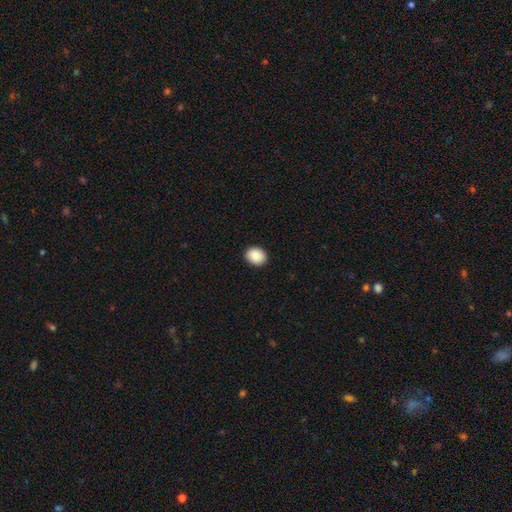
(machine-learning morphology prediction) Smooth or featured?
  - smooth: 89% *
  - star or artifact: 7%
  - featured or disk: 3%
How rounded?
  - in between: 51% *
  - round: 48%
  - cigar-shaped: 1%
Merging?
  - none: 90% *
  - minor disturbance: 7%
  - major disturbance: 2%
  - merger: 1%